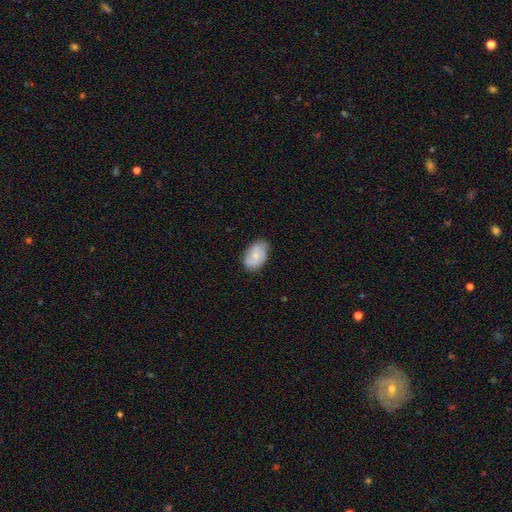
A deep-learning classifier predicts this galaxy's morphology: smooth_or_featured: smooth (p=0.65) [alt: featured or disk p=0.28]
how_rounded: in between (p=0.89) [alt: round p=0.09]
merging: none (p=0.71) [alt: minor disturbance p=0.23]